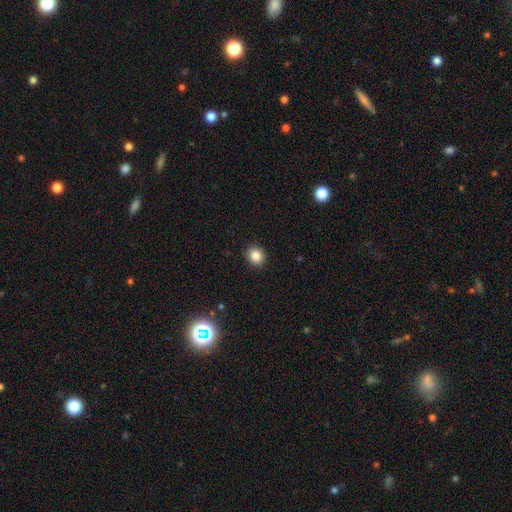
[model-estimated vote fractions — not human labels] Q: Smooth or featured?
A: smooth (85%); runner-up: star or artifact (11%)
Q: How rounded?
A: round (77%); runner-up: in between (22%)
Q: Merging?
A: none (91%); runner-up: minor disturbance (6%)